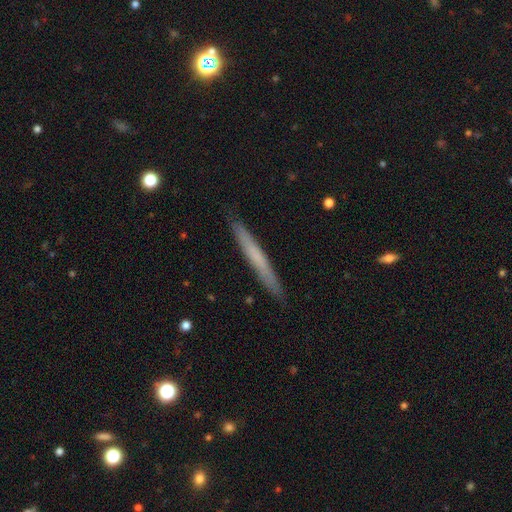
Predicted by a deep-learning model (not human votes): Smooth or featured? smooth (56%)
How rounded? cigar-shaped (97%)
Merging? none (91%)